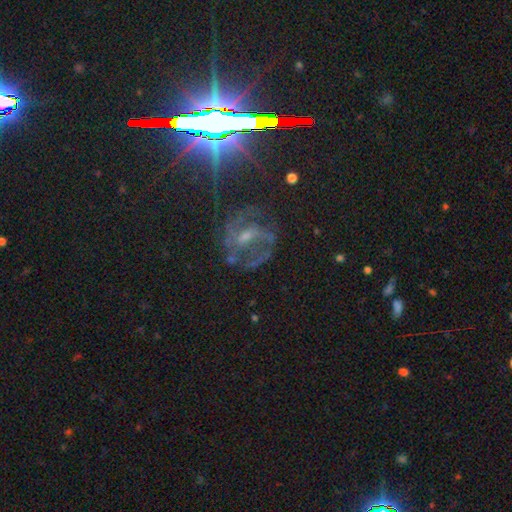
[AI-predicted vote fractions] A featured or disk galaxy (69%) with a weak bar (46%), 2 (59%) medium (50%) spiral arms (90%) and a small central bulge (55%).

Vote fractions:
- Smooth or featured? featured or disk: 69% / star or artifact: 23% / smooth: 8%
- Edge-on disk? no: 96% / yes: 4%
- Bar? weak: 46% / strong: 30% / no: 24%
- Spiral arms? yes: 90% / no: 10%
- Spiral winding? medium: 50% / tight: 28% / loose: 22%
- Spiral arm count? 2: 59% / can't tell: 19% / 3: 10% / 1: 5% / 4: 4% / more than 4: 3%
- Bulge size? small: 55% / moderate: 30% / none: 11% / large: 2% / dominant: 1%
- Merging? none: 64% / major disturbance: 17% / minor disturbance: 16% / merger: 3%